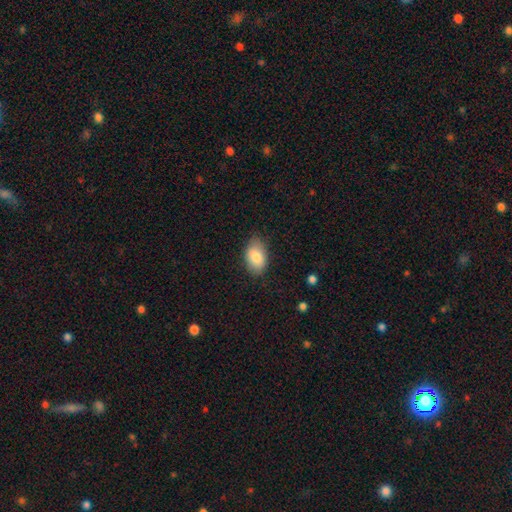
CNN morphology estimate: Q: Smooth or featured?
A: smooth (82%); runner-up: featured or disk (11%)
Q: How rounded?
A: in between (91%); runner-up: round (8%)
Q: Merging?
A: none (78%); runner-up: minor disturbance (18%)